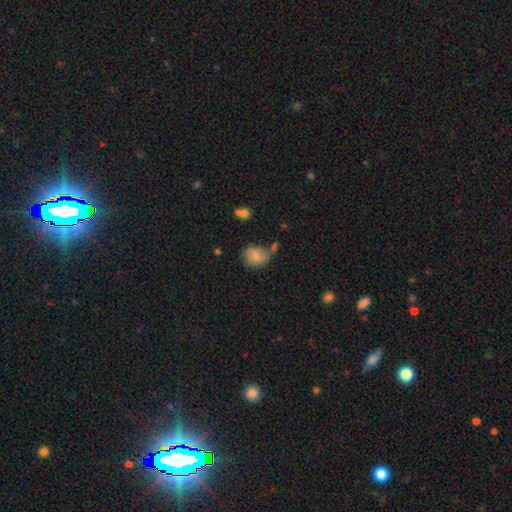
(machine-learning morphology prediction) smooth-or-featured: smooth: 74% | featured or disk: 17% | star or artifact: 9%
  how-rounded: round: 54% | in between: 45% | cigar-shaped: 1%
  merging: none: 48% | minor disturbance: 27% | merger: 14% | major disturbance: 10%